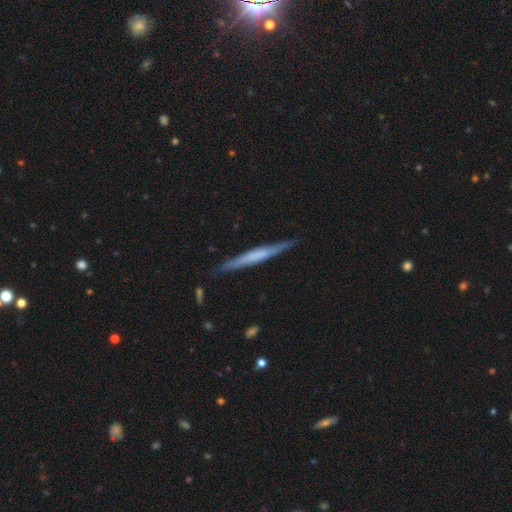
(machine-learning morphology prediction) This appears to be a featured or disk galaxy (53%) viewed edge-on (97%) with no central bulge (63%). Merging: none (88%).